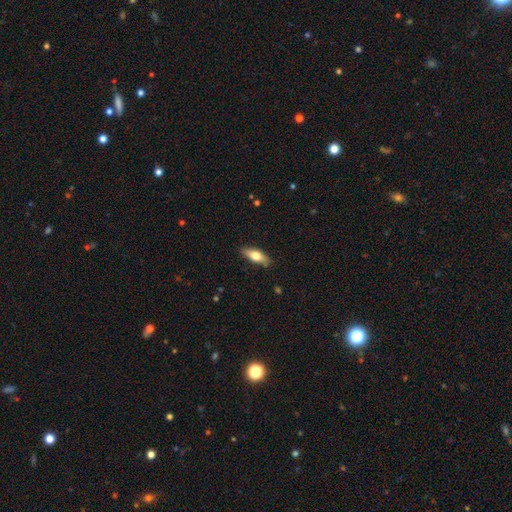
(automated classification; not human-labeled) smooth_or_featured: smooth (p=0.64) [alt: featured or disk p=0.31]
how_rounded: in between (p=0.61) [alt: cigar-shaped p=0.36]
merging: none (p=0.85) [alt: minor disturbance p=0.12]